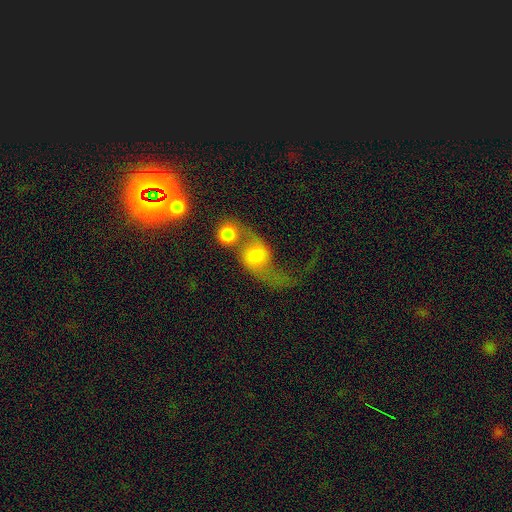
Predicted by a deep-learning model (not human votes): Smooth or featured?
  - featured or disk: 60% *
  - smooth: 32%
  - star or artifact: 8%
Edge-on disk?
  - no: 94% *
  - yes: 6%
Bar?
  - no: 68% *
  - weak: 25%
  - strong: 6%
Spiral arms?
  - yes: 84% *
  - no: 16%
Bulge size?
  - moderate: 38% *
  - small: 26%
  - large: 21%
  - none: 10%
  - dominant: 6%
Merging?
  - merger: 58% *
  - none: 20%
  - major disturbance: 14%
  - minor disturbance: 9%